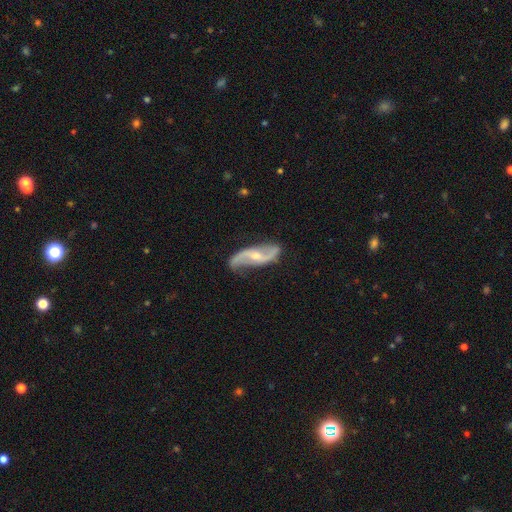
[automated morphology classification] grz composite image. It shows a featured or disk galaxy (89%) with no bar (44%), 2 (93%) loose (76%) spiral arms (96%) and a small central bulge (55%). Merging: none (77%).